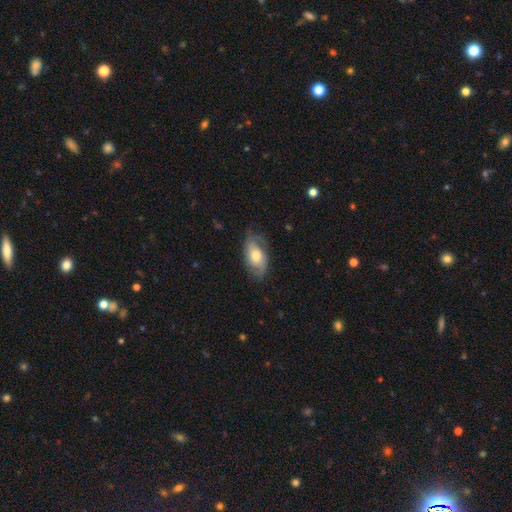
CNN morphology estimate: Smooth or featured?
  - featured or disk: 57% *
  - smooth: 36%
  - star or artifact: 6%
Edge-on disk?
  - no: 93% *
  - yes: 7%
Bar?
  - no: 69% *
  - weak: 25%
  - strong: 6%
Spiral arms?
  - yes: 84% *
  - no: 16%
Bulge size?
  - moderate: 62% *
  - small: 20%
  - large: 15%
  - none: 2%
  - dominant: 2%
Merging?
  - none: 69% *
  - minor disturbance: 21%
  - major disturbance: 9%
  - merger: 1%